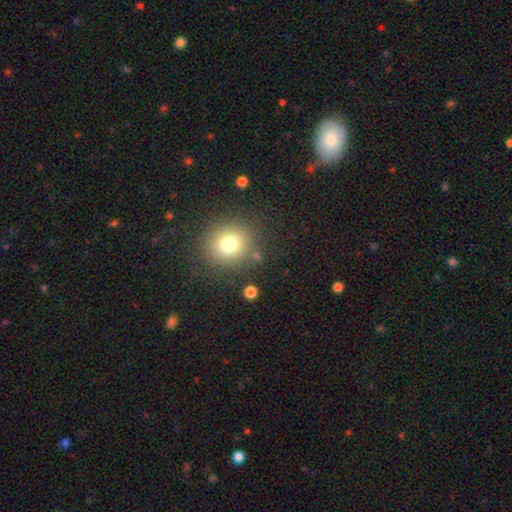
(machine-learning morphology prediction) Smooth or featured? Predicted: smooth (p=0.76). How rounded? Predicted: round (p=0.87). Merging? Predicted: none (p=0.86).